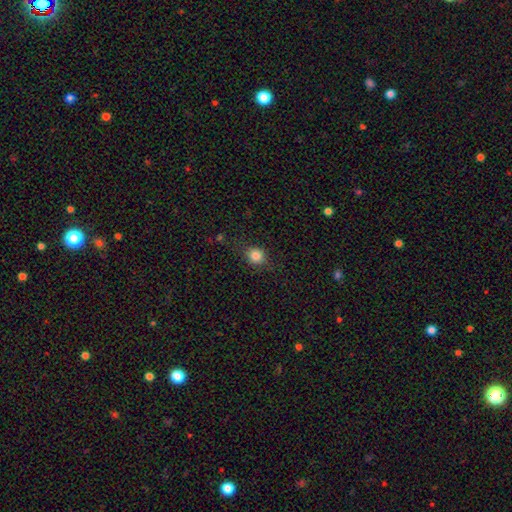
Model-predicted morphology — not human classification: The model was most divided on "how rounded": round: 77%, in between: 22%, cigar-shaped: 1%. More confident: smooth or featured — smooth (83%); merging — none (80%).